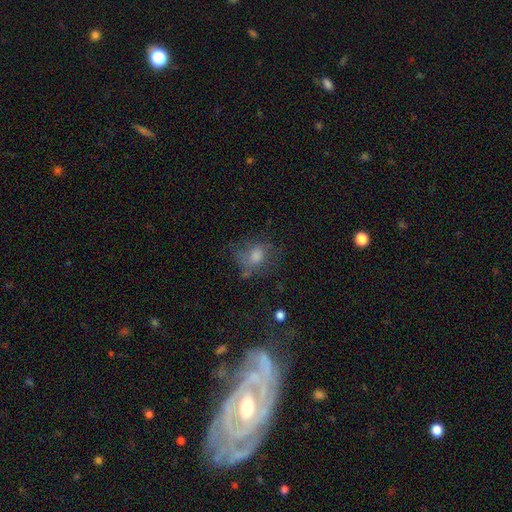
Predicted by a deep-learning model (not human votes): smooth-or-featured: smooth: 57% | featured or disk: 24% | star or artifact: 19%
  how-rounded: round: 58% | in between: 40% | cigar-shaped: 2%
  merging: none: 51% | minor disturbance: 22% | major disturbance: 22% | merger: 5%